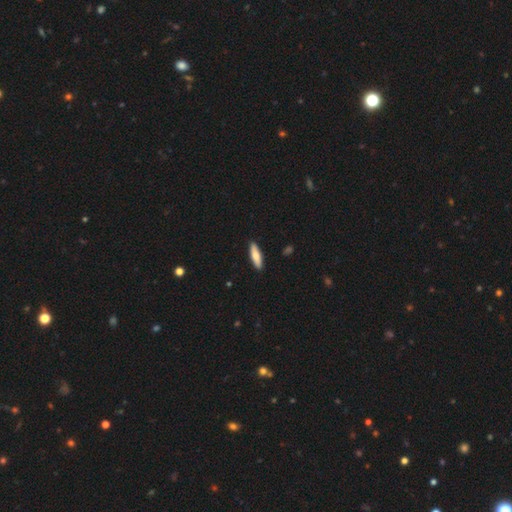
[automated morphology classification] This is likely a smooth galaxy (73%). How rounded: likely cigar-shaped (64%). Merging: clearly none (90%).